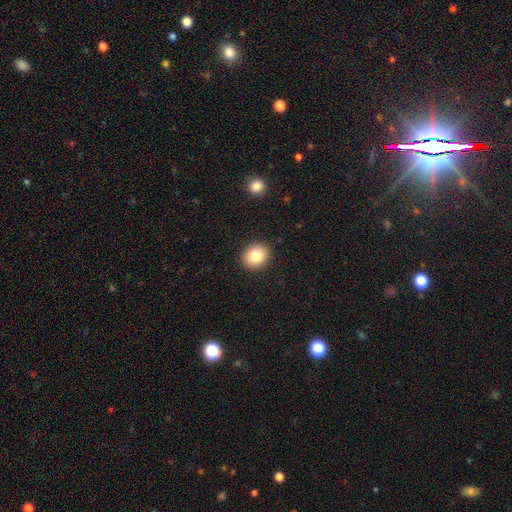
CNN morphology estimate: Smooth or featured: smooth — 81% (featured or disk — 9%)
How rounded: round — 65% (in between — 34%)
Merging: none — 91% (minor disturbance — 6%)